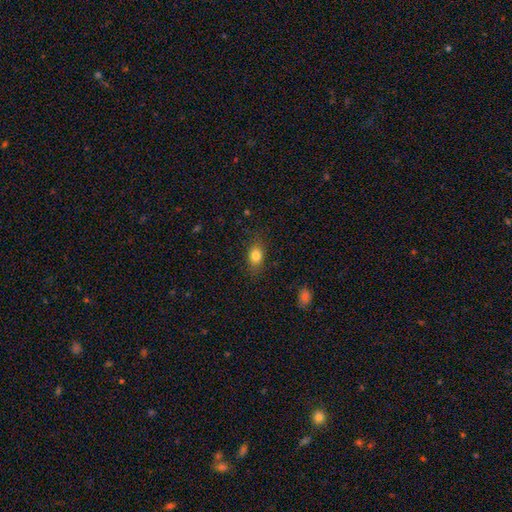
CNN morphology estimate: This appears to be a smooth galaxy with no disk features (82%) that is in between round and cigar-shaped (72%). Merging: none (80%).